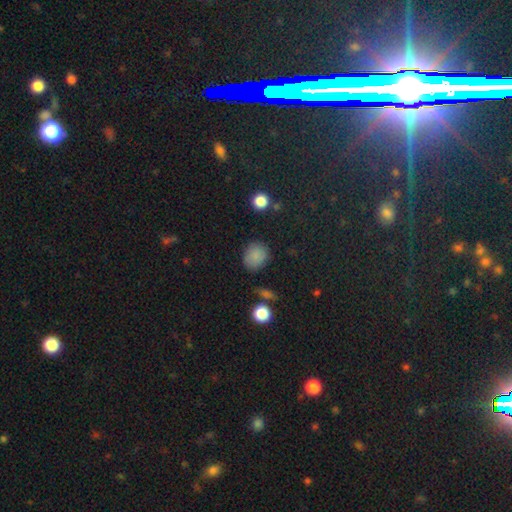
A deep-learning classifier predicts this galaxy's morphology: smooth_or_featured: smooth (p=0.83) [alt: star or artifact p=0.11]
how_rounded: round (p=0.70) [alt: in between p=0.29]
merging: none (p=0.78) [alt: minor disturbance p=0.15]